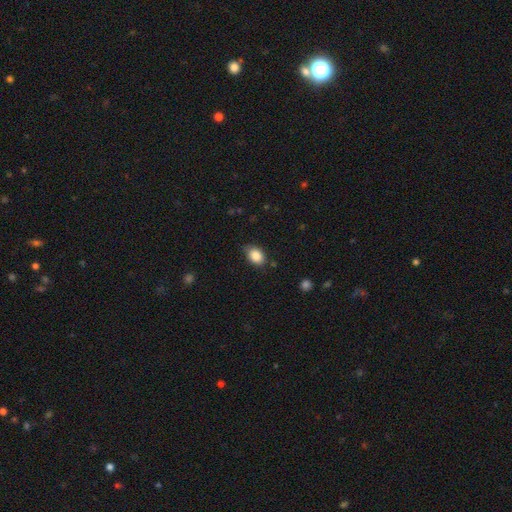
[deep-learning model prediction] smooth-or-featured: smooth: 87% | star or artifact: 8% | featured or disk: 5%
  how-rounded: in between: 80% | round: 19% | cigar-shaped: 1%
  merging: none: 76% | minor disturbance: 19% | major disturbance: 4% | merger: 2%